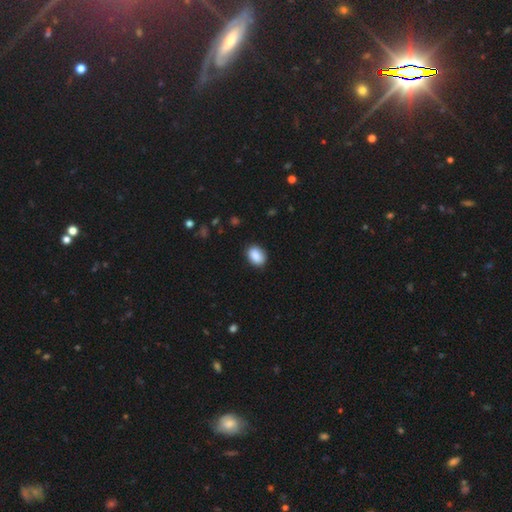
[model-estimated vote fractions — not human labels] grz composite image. It shows a smooth galaxy with no disk features (88%) that is in between round and cigar-shaped (75%). Merging: none (86%).